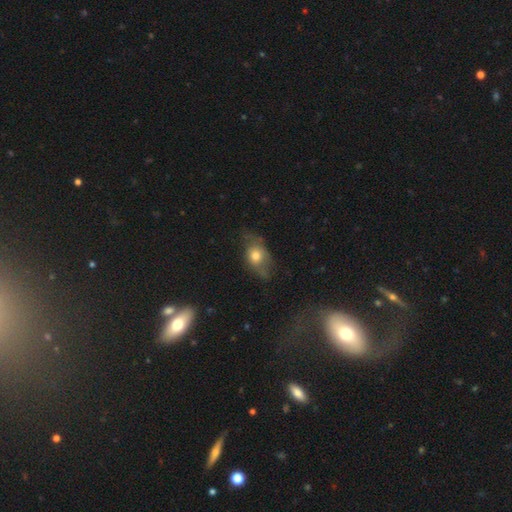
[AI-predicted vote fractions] Smooth or featured: smooth — 61% (featured or disk — 30%)
How rounded: in between — 74% (round — 22%)
Merging: none — 49% (minor disturbance — 31%)